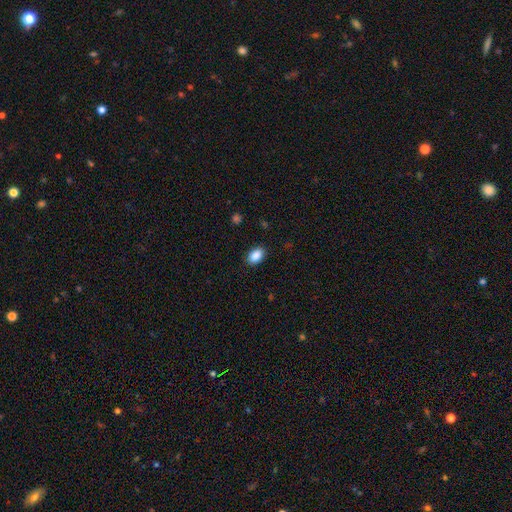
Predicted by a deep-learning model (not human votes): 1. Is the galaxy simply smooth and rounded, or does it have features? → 89% smooth, 8% star or artifact, 3% featured or disk.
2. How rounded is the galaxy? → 88% in between, 10% round, 1% cigar-shaped.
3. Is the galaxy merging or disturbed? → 88% none, 8% minor disturbance, 2% major disturbance, 1% merger.